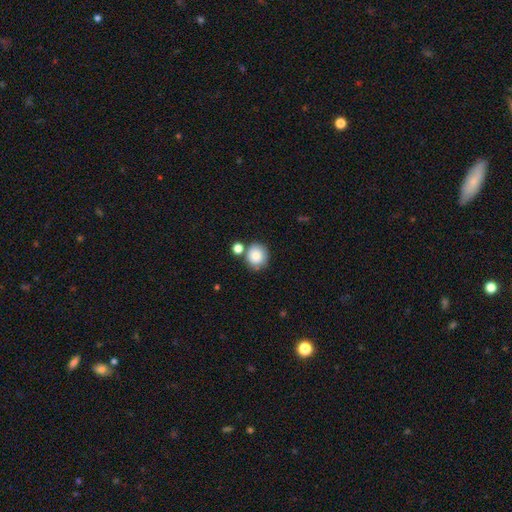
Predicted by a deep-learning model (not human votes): Smooth or featured: smooth — 83% (star or artifact — 8%)
How rounded: round — 83% (in between — 16%)
Merging: none — 67% (merger — 17%)